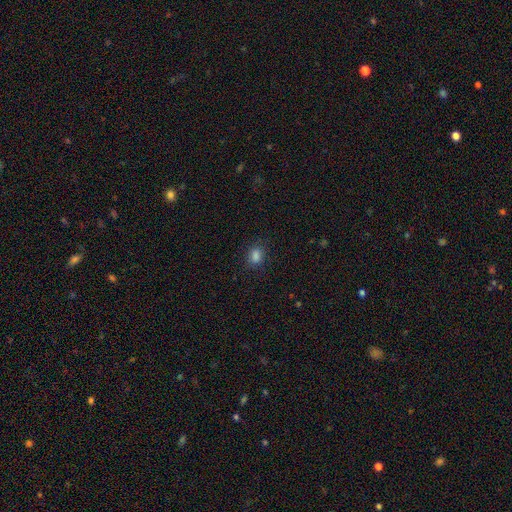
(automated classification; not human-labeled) This is clearly a smooth galaxy (82%). How rounded: likely in between (65%). Merging: clearly none (83%).